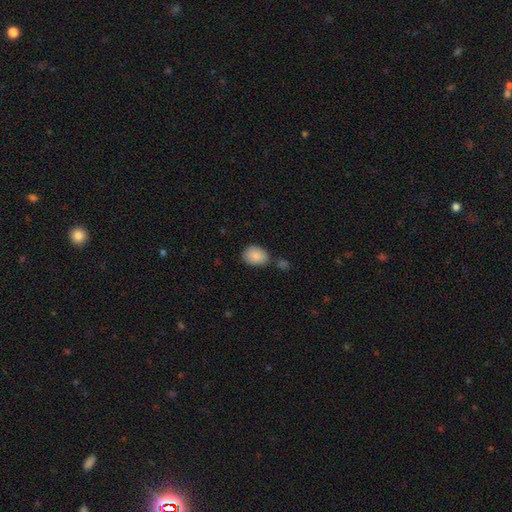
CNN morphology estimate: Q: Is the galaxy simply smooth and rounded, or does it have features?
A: smooth — 87%.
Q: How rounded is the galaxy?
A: in between — 74%.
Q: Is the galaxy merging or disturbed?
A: none — 67%.